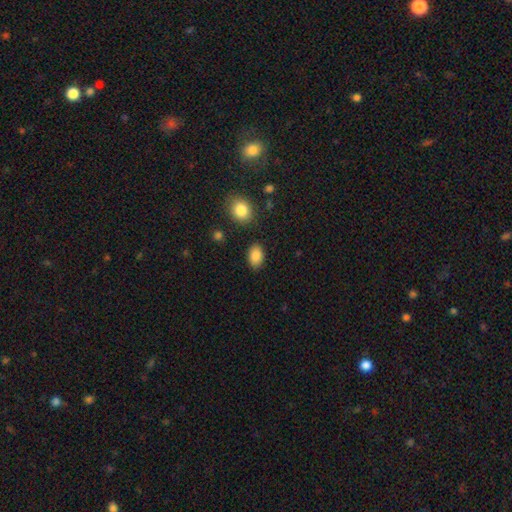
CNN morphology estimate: Smooth or featured? Predicted: smooth (p=0.87). How rounded? Predicted: in between (p=0.86). Merging? Predicted: none (p=0.85).